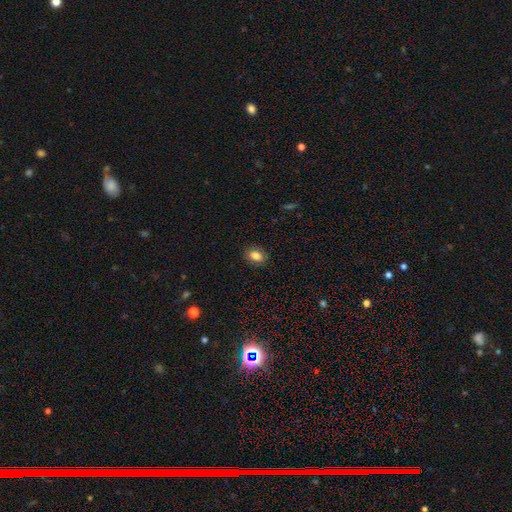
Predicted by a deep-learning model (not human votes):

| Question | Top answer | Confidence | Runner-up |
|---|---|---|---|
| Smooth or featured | smooth | 85% | star or artifact (9%) |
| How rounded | in between | 72% | round (26%) |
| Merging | none | 88% | minor disturbance (9%) |